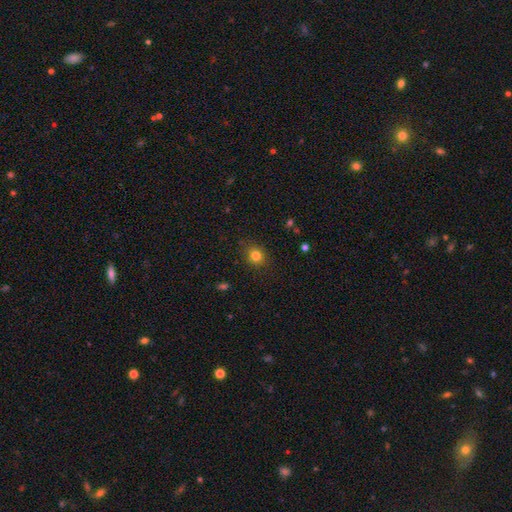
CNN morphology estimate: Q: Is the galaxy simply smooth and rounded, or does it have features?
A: smooth — 80%.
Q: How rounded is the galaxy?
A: round — 78%.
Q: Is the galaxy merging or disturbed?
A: none — 87%.